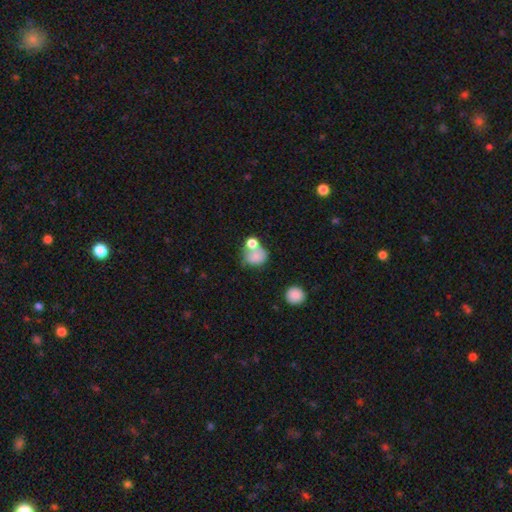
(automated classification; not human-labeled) This appears to be a smooth galaxy with no disk features (74%) that is round (63%). Merging: merger (40%).